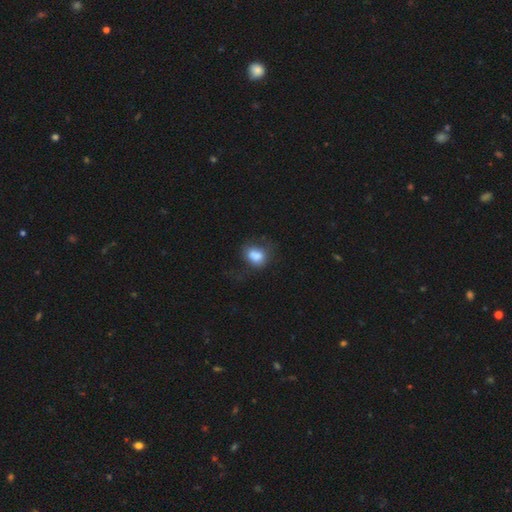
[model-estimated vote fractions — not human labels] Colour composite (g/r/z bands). It shows a smooth galaxy with no disk features (78%) that is in between round and cigar-shaped (53%). Merging: none (42%).